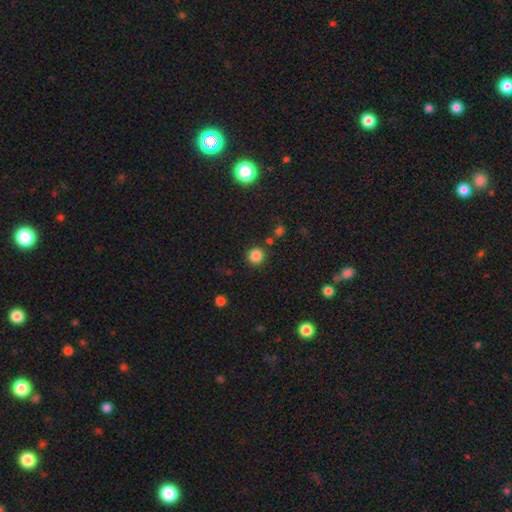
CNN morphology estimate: type=smooth (84%); roundness=round (93%); merging=none (86%).